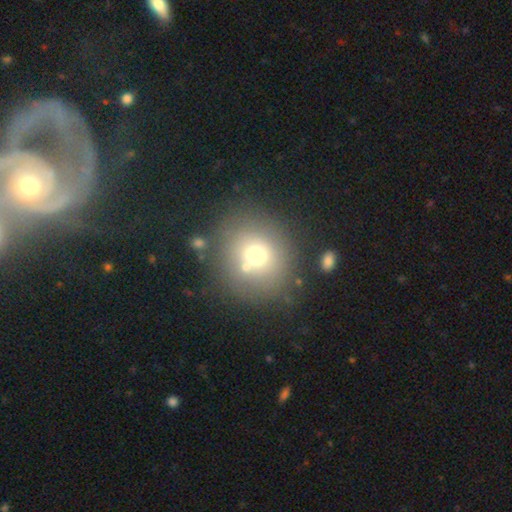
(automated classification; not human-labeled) A smooth galaxy with no disk features (67%) that is round (84%).

Vote fractions:
- Smooth or featured? smooth: 67% / star or artifact: 17% / featured or disk: 16%
- How rounded? round: 84% / in between: 15% / cigar-shaped: 1%
- Merging? none: 72% / minor disturbance: 12% / merger: 10% / major disturbance: 6%